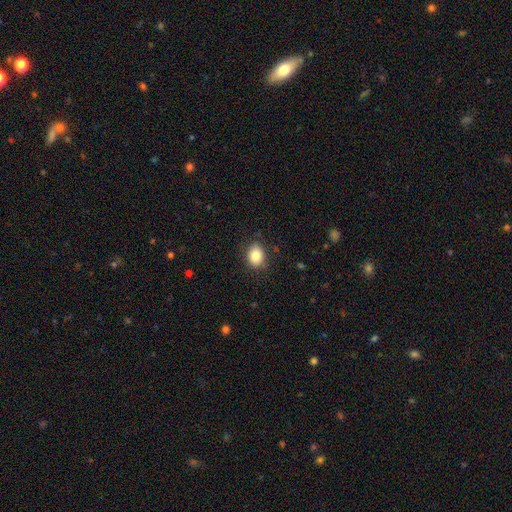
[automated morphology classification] type=smooth (84%); roundness=in between (61%); merging=none (85%).